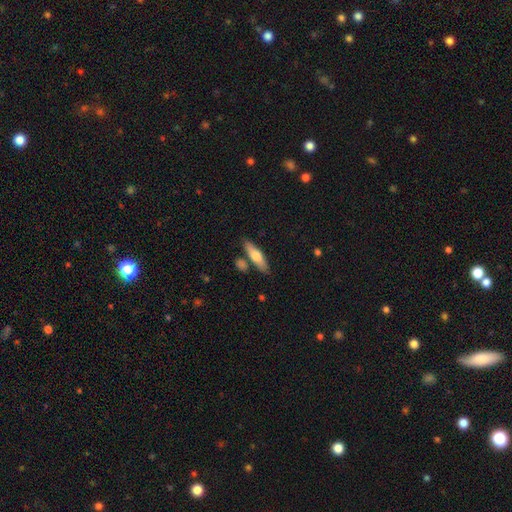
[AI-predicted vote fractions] The model was most divided on "how rounded": cigar-shaped: 60%, in between: 37%, round: 3%. More confident: merging — none (76%); smooth or featured — smooth (64%).